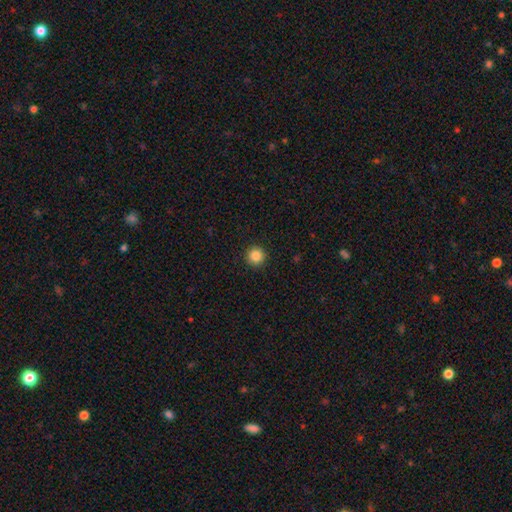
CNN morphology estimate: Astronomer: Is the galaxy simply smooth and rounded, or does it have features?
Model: smooth — 86%.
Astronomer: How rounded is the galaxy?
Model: round — 96%.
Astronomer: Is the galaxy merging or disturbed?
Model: none — 93%.